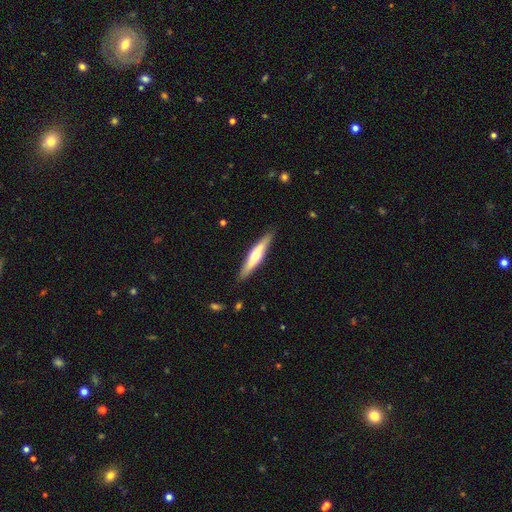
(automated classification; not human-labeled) smooth-or-featured: featured or disk: 53% | smooth: 42% | star or artifact: 5%
  disk-edge-on: yes: 92% | no: 8%
  merging: none: 88% | minor disturbance: 9% | major disturbance: 2% | merger: 1%